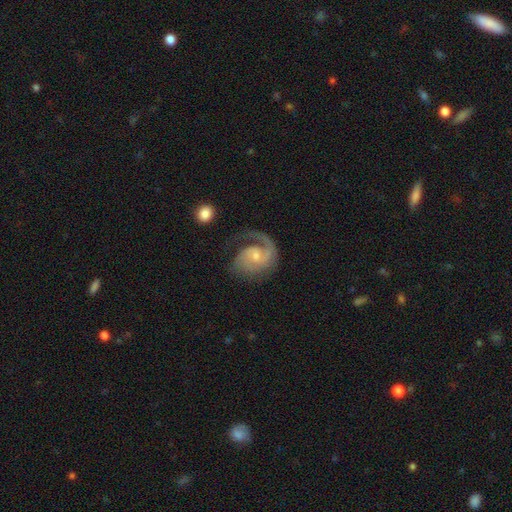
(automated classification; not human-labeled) A featured or disk galaxy (89%) with no bar (62%), 2 (49%) medium (46%) spiral arms (97%) and a small central bulge (59%).

Vote fractions:
- Smooth or featured? featured or disk: 89% / smooth: 6% / star or artifact: 5%
- Edge-on disk? no: 98% / yes: 2%
- Bar? no: 62% / weak: 32% / strong: 6%
- Spiral arms? yes: 97% / no: 3%
- Spiral winding? medium: 46% / tight: 37% / loose: 17%
- Spiral arm count? 2: 49% / 1: 39% / can't tell: 5% / 3: 4% / 4: 1% / more than 4: 1%
- Bulge size? small: 59% / moderate: 35% / none: 3% / large: 2% / dominant: 1%
- Merging? none: 62% / minor disturbance: 18% / major disturbance: 17% / merger: 2%